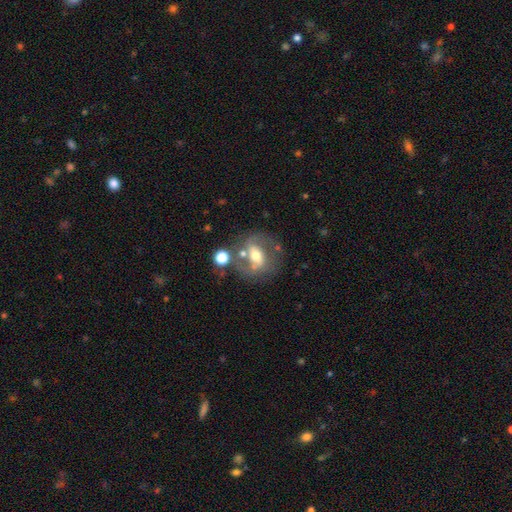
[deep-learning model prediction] smooth-or-featured: featured or disk: 71% | smooth: 20% | star or artifact: 9%
  disk-edge-on: no: 95% | yes: 5%
    bar: strong: 41% | weak: 37% | no: 22%
    has-spiral-arms: yes: 79% | no: 21%
      spiral-winding: medium: 51% | loose: 27% | tight: 22%
      spiral-arm-count: 2: 84% | can't tell: 9% | 1: 4% | 3: 2% | 4: 1% | more than 4: 1%
    bulge-size: moderate: 64% | small: 20% | large: 12% | none: 2% | dominant: 2%
  merging: none: 59% | minor disturbance: 16% | merger: 15% | major disturbance: 10%